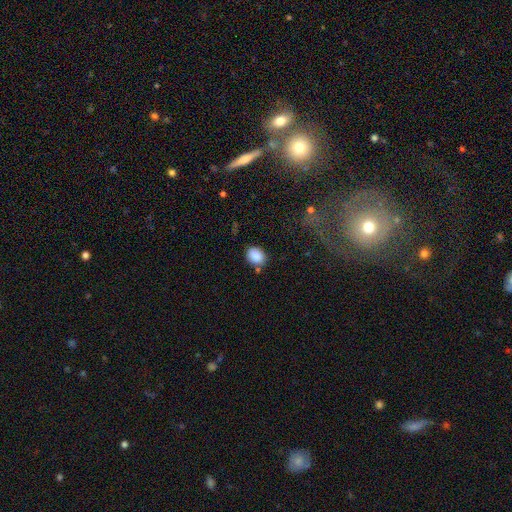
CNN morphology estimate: The model was most divided on "how rounded": in between: 55%, round: 44%, cigar-shaped: 1%. More confident: smooth or featured — smooth (88%); merging — none (74%).